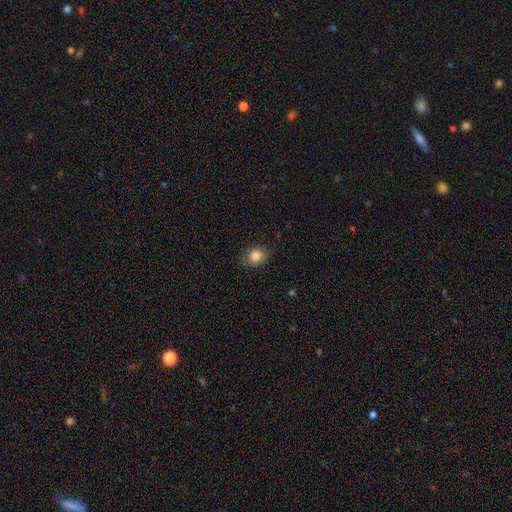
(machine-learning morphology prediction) A smooth galaxy with no disk features (84%) that is round (61%). Merging: none (81%).